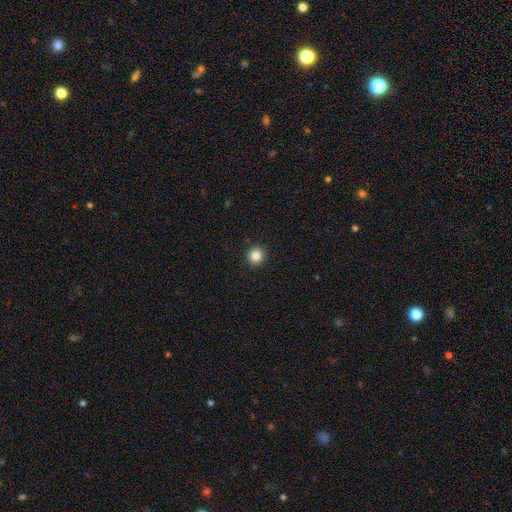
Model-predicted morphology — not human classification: Smooth or featured?
  - smooth: 85% *
  - star or artifact: 11%
  - featured or disk: 4%
How rounded?
  - round: 95% *
  - in between: 4%
  - cigar-shaped: 1%
Merging?
  - none: 93% *
  - minor disturbance: 4%
  - major disturbance: 2%
  - merger: 1%